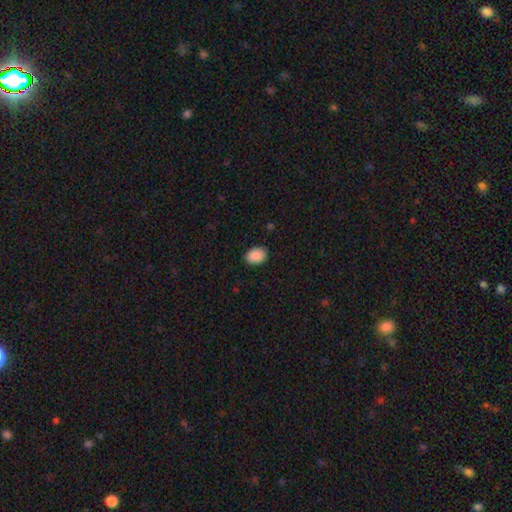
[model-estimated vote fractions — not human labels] The model was most divided on "how rounded": in between: 73%, round: 27%, cigar-shaped: 1%. More confident: smooth or featured — smooth (90%); merging — none (88%).